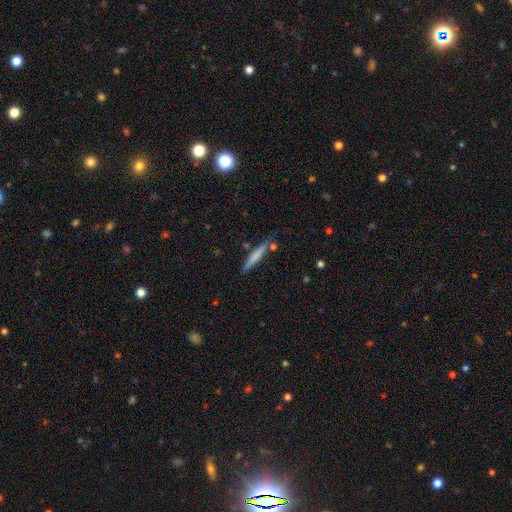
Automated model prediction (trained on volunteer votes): Smooth or featured? smooth (64%)
How rounded? cigar-shaped (95%)
Merging? none (81%)